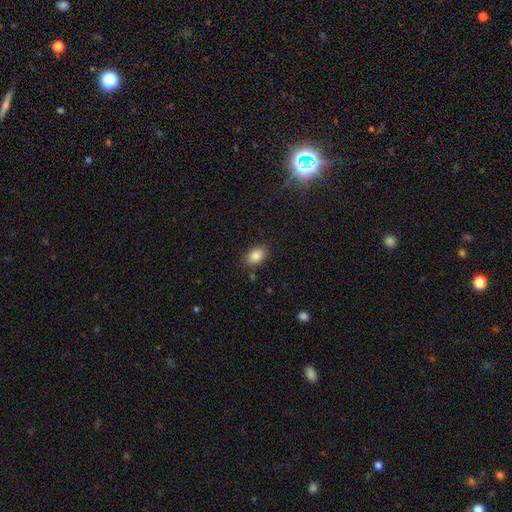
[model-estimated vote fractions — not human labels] Smooth or featured? smooth (85%)
How rounded? in between (84%)
Merging? none (84%)